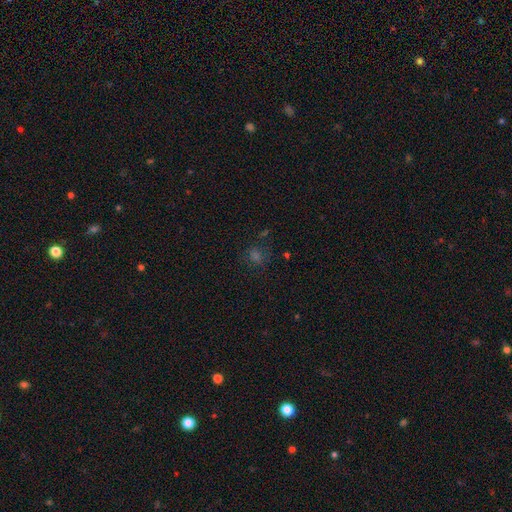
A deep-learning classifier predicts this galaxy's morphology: smooth-or-featured: smooth: 47% | star or artifact: 40% | featured or disk: 13%
  merging: none: 74% | minor disturbance: 14% | major disturbance: 9% | merger: 4%